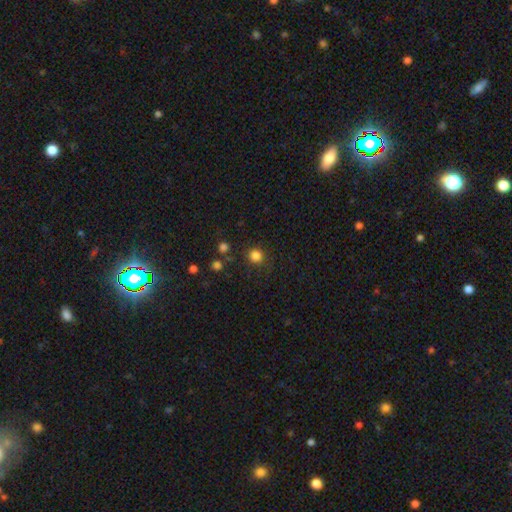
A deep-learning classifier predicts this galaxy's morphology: smooth-or-featured: smooth: 83% | star or artifact: 13% | featured or disk: 4%
  how-rounded: round: 92% | in between: 8% | cigar-shaped: 1%
  merging: none: 85% | minor disturbance: 9% | major disturbance: 4% | merger: 3%